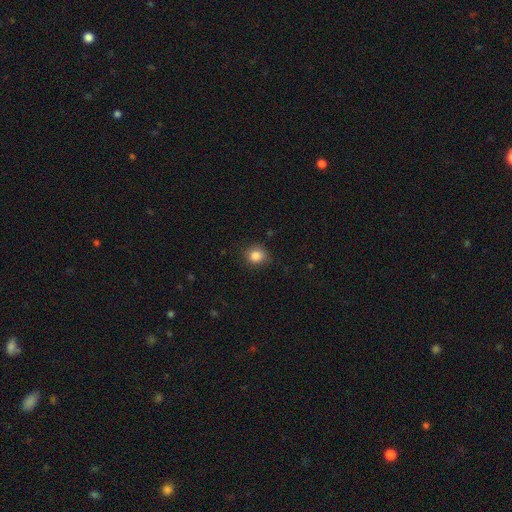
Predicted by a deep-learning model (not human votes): Smooth or featured? Predicted: smooth (p=0.85). How rounded? Predicted: round (p=0.77). Merging? Predicted: none (p=0.81).